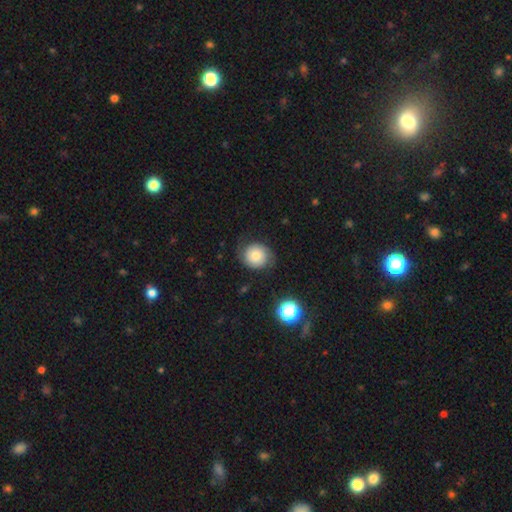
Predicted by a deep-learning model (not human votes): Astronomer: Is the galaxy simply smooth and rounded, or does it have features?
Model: smooth — 52% (runner-up: featured or disk, 38%).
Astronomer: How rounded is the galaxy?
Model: round — 82%.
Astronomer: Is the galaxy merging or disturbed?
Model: none — 71%.